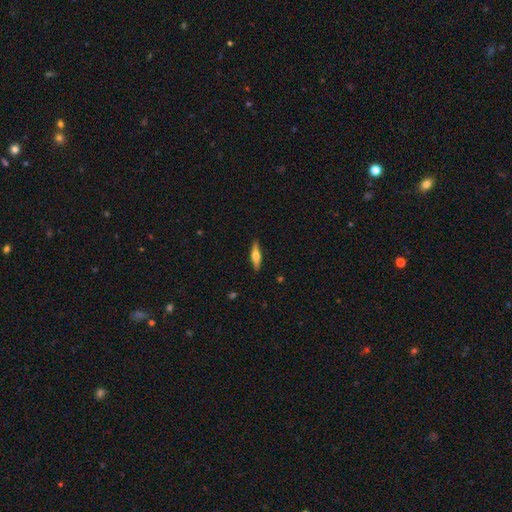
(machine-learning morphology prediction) smooth_or_featured: smooth (p=0.53) [alt: featured or disk p=0.41]
how_rounded: cigar-shaped (p=0.69) [alt: in between p=0.28]
merging: none (p=0.89) [alt: minor disturbance p=0.08]